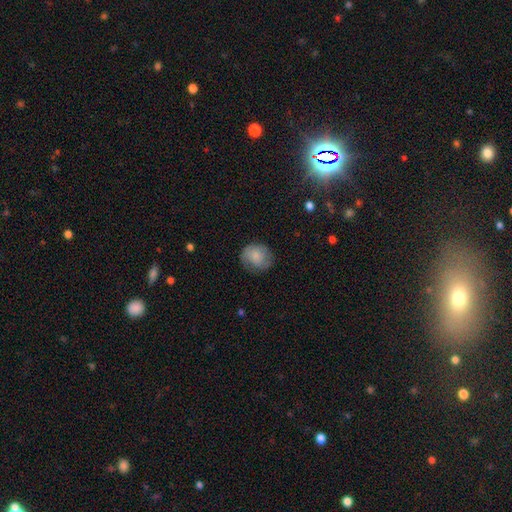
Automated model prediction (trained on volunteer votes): Smooth or featured: smooth — 76% (featured or disk — 17%)
How rounded: round — 74% (in between — 25%)
Merging: none — 68% (minor disturbance — 23%)